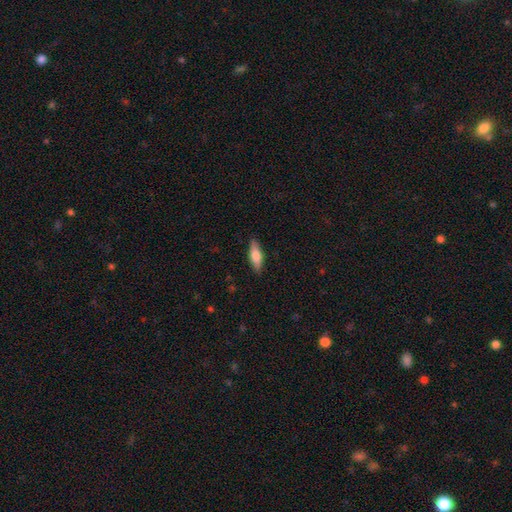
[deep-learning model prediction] This appears to be a smooth galaxy with no disk features (68%) that is in between round and cigar-shaped (52%). Merging: none (88%).